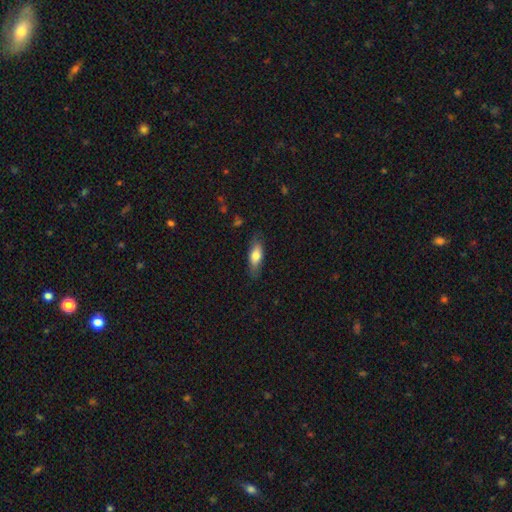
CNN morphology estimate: Smooth or featured? Predicted: smooth (p=0.71). How rounded? Predicted: in between (p=0.63). Merging? Predicted: none (p=0.80).